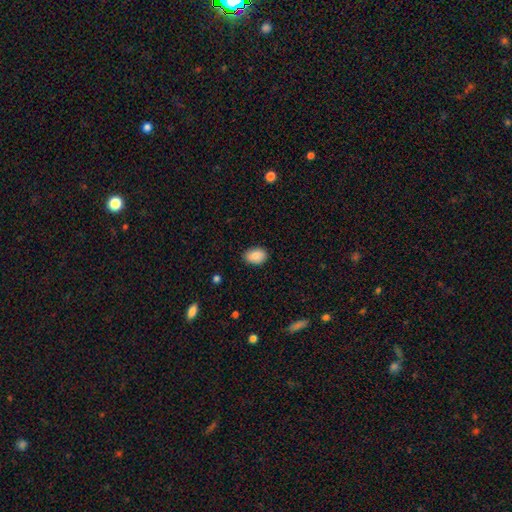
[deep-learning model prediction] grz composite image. It shows a smooth galaxy with no disk features (88%) that is in between round and cigar-shaped (83%). Merging: none (86%).